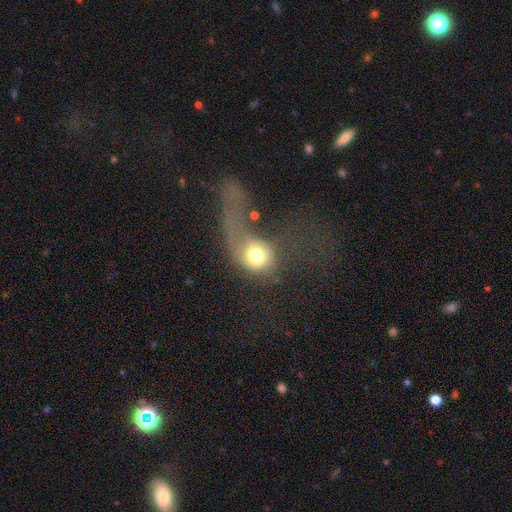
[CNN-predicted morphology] A smooth galaxy with no disk features (64%) that is round (62%). Merging: major disturbance (64%).